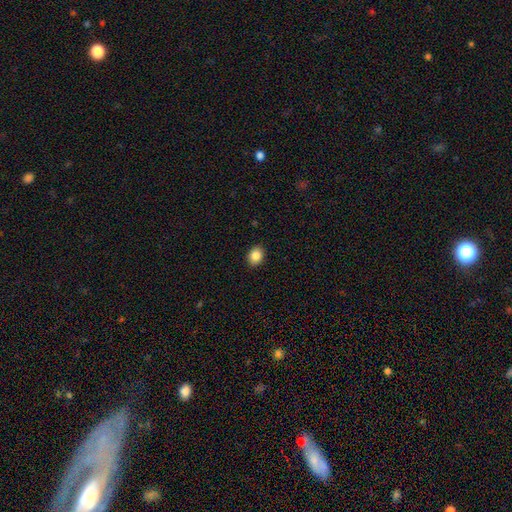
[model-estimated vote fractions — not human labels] Overall: smooth (86%). How rounded: in between (54%; round 46%). Merging: none (90%).